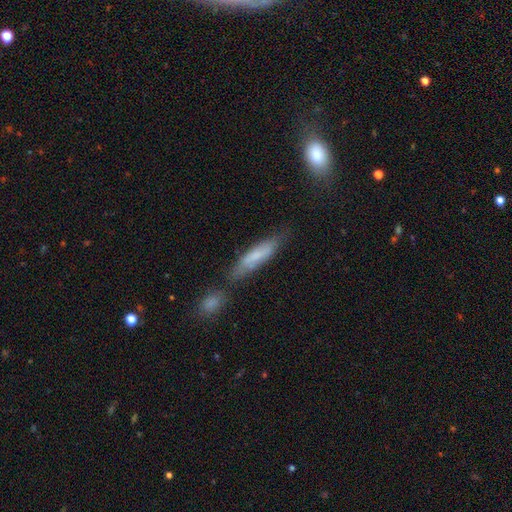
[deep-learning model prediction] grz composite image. It shows a smooth galaxy with no disk features (61%) that is cigar-shaped (80%). Merging: none (59%).